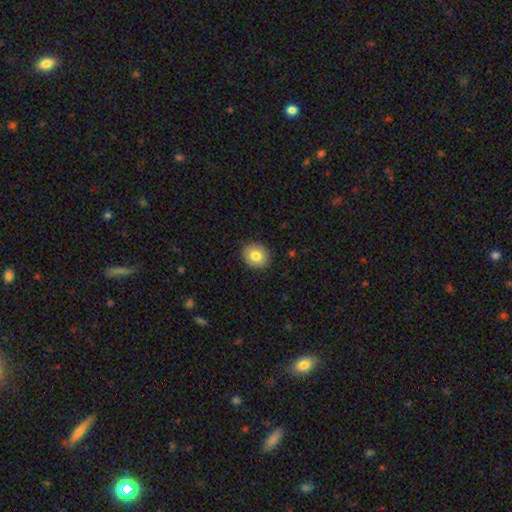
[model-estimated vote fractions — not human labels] Smooth or featured? Predicted: smooth (p=0.81). How rounded? Predicted: round (p=0.69). Merging? Predicted: none (p=0.90).